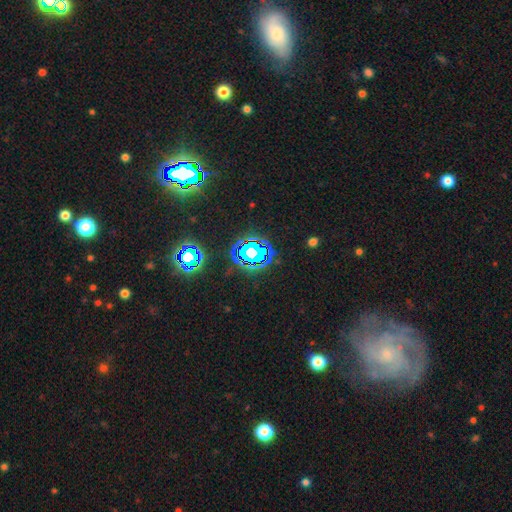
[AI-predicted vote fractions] Q: Smooth or featured?
A: star or artifact (78%); runner-up: smooth (13%)